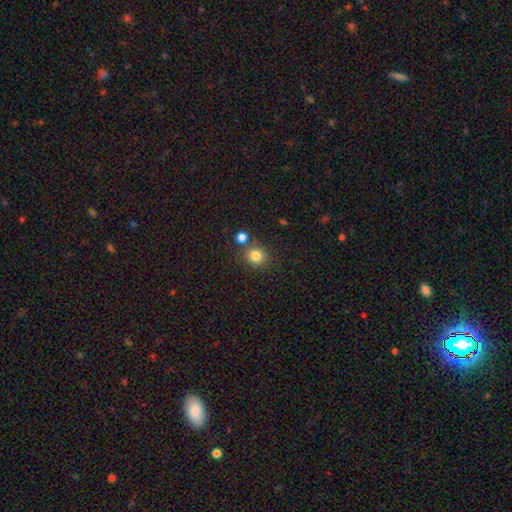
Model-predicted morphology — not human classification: smooth-or-featured: smooth: 81% | star or artifact: 13% | featured or disk: 6%
  how-rounded: round: 87% | in between: 12% | cigar-shaped: 1%
  merging: none: 73% | merger: 15% | minor disturbance: 9% | major disturbance: 3%